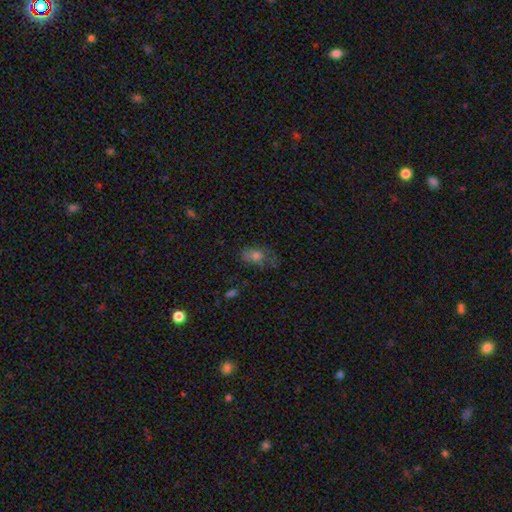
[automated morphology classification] This is likely a smooth galaxy (65%). How rounded: likely in between (77%). Merging: possibly none (53%).